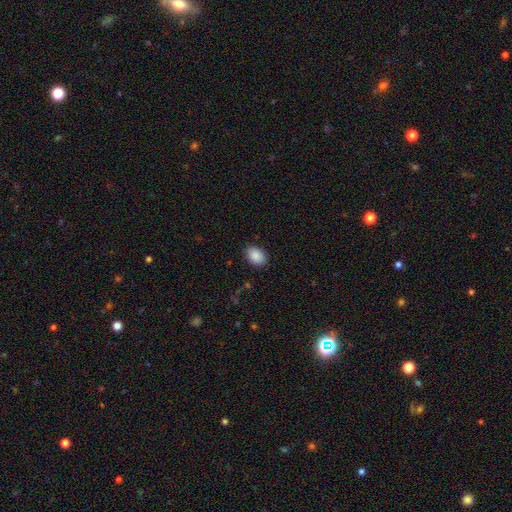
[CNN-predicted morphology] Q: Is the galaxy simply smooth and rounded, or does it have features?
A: smooth — 89%.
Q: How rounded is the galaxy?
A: in between — 82%.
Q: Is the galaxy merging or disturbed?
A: none — 88%.